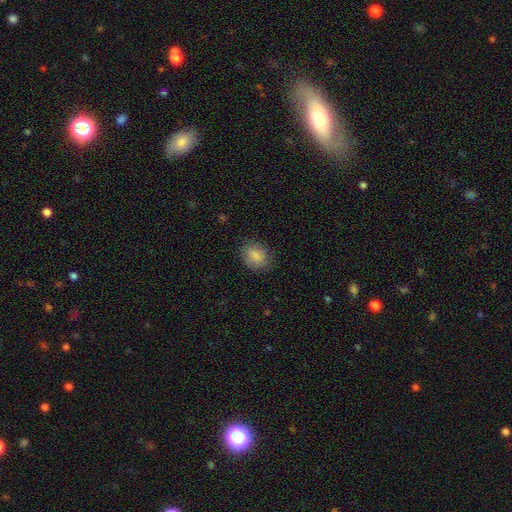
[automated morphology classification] type=smooth (84%); roundness=in between (54%); merging=none (77%).